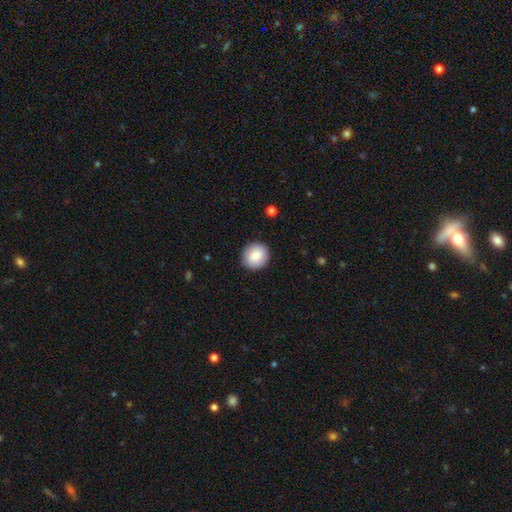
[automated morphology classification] A smooth galaxy with no disk features (84%) that is round (91%). Merging: none (91%).